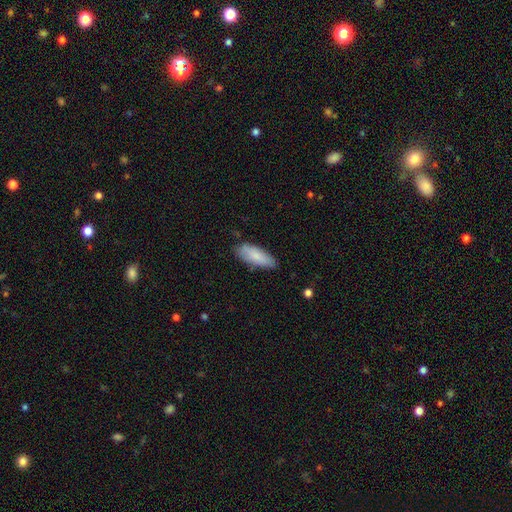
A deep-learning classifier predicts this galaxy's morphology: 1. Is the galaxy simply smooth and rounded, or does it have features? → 81% smooth, 14% featured or disk, 6% star or artifact.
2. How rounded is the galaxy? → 68% in between, 30% cigar-shaped, 2% round.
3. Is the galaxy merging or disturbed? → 77% none, 19% minor disturbance, 3% major disturbance, 2% merger.